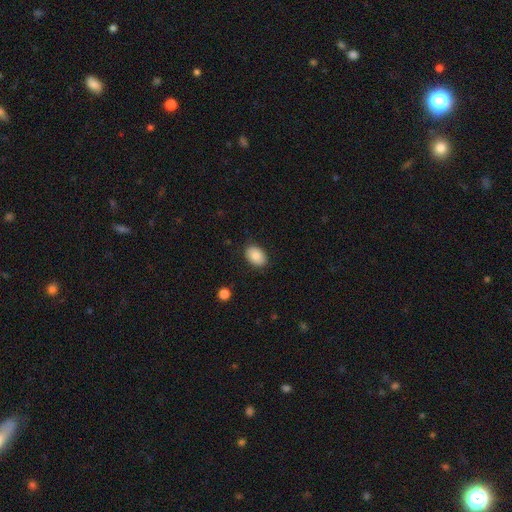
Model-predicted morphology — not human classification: A smooth galaxy with no disk features (85%) that is in between round and cigar-shaped (83%). Merging: none (86%).